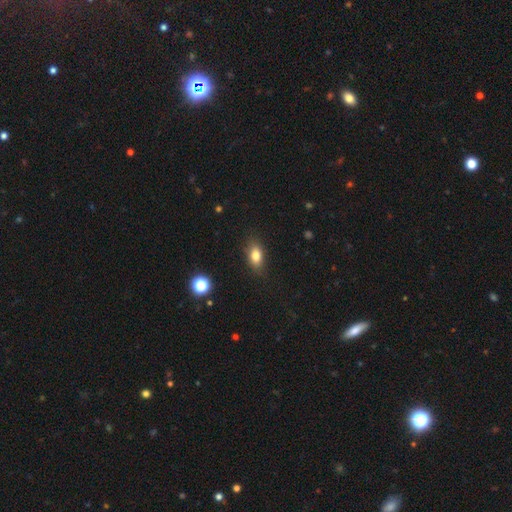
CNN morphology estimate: Smooth or featured? Predicted: smooth (p=0.80). How rounded? Predicted: in between (p=0.83). Merging? Predicted: none (p=0.83).